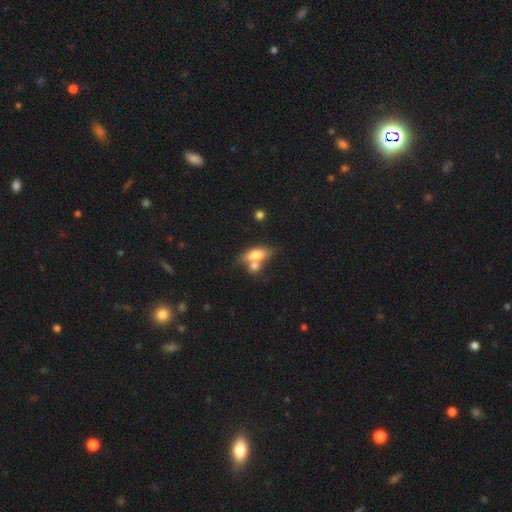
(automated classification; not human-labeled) This appears to be a smooth galaxy with no disk features (66%) that is in between round and cigar-shaped (71%). Merging: merger (44%).